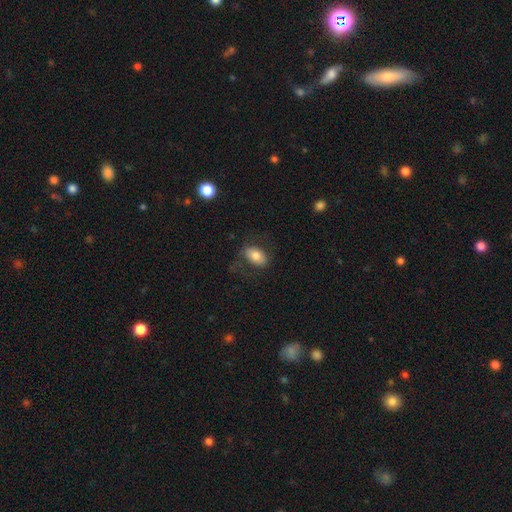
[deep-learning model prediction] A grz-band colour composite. It shows a smooth galaxy with no disk features (74%) that is in between round and cigar-shaped (90%). Merging: none (68%).